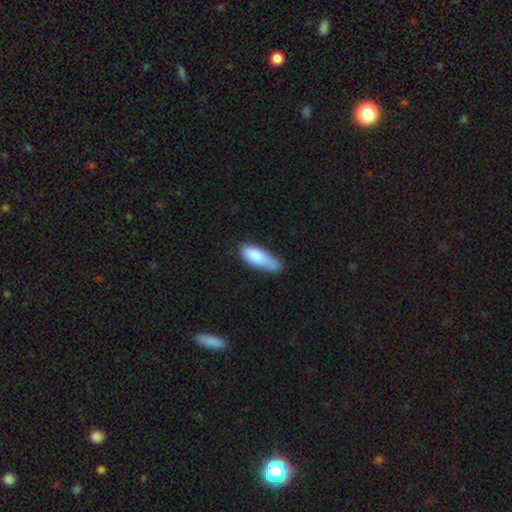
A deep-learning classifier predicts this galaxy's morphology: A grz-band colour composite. It shows a smooth galaxy with no disk features (78%) that is in between round and cigar-shaped (61%). Merging: none (44%).